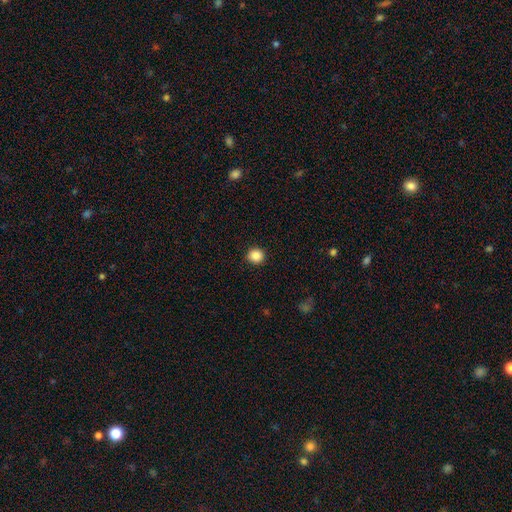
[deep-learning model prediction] This appears to be a smooth galaxy with no disk features (87%) that is round (91%). Merging: none (92%).